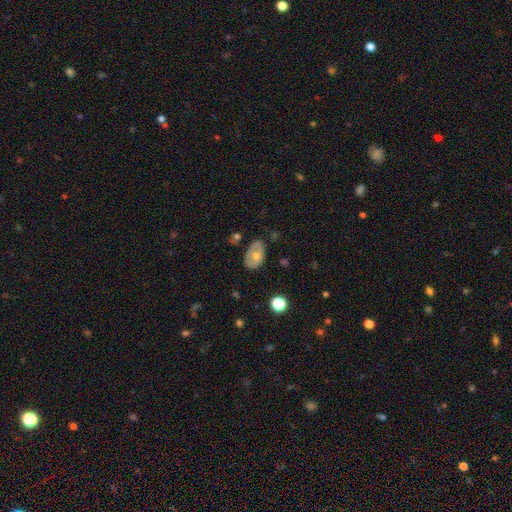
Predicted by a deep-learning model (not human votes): Overall: smooth (53%; featured or disk 40%). How rounded: in between (86%). Merging: none (64%; minor disturbance 26%).